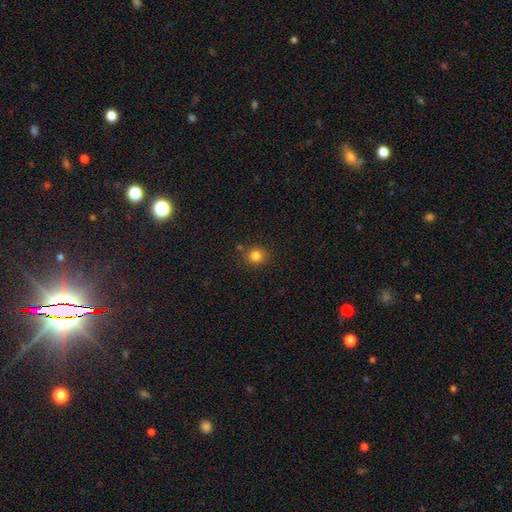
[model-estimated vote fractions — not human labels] Smooth or featured: smooth — 82% (star or artifact — 13%)
How rounded: round — 85% (in between — 14%)
Merging: none — 83% (minor disturbance — 10%)